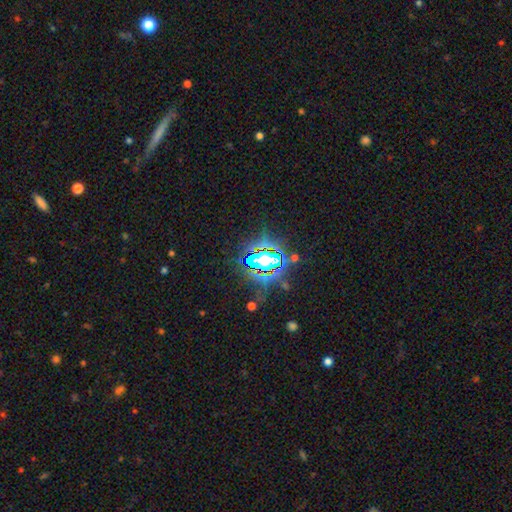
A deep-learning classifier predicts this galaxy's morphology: This is clearly a star or artifact rather than a galaxy (82%).